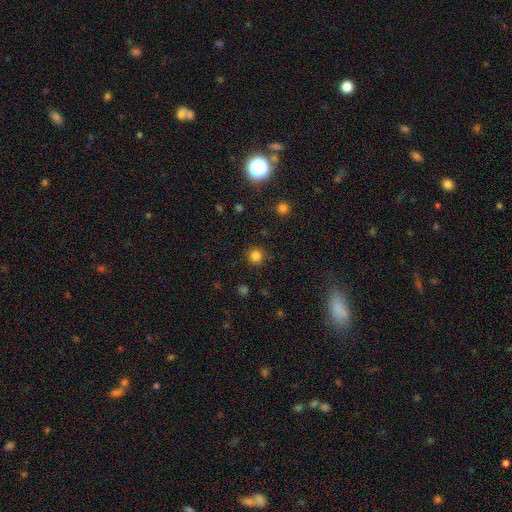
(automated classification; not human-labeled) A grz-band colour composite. It shows a smooth galaxy with no disk features (82%) that is round (94%). Merging: none (89%).